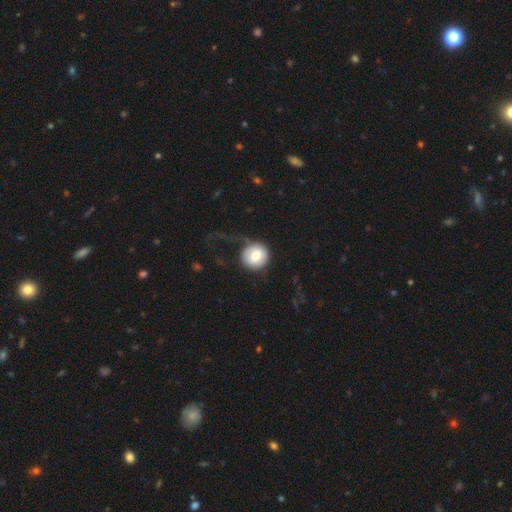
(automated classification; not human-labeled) Smooth or featured?
  - smooth: 71% *
  - featured or disk: 22%
  - star or artifact: 7%
How rounded?
  - round: 92% *
  - in between: 7%
  - cigar-shaped: 1%
Merging?
  - none: 52% *
  - major disturbance: 29%
  - minor disturbance: 17%
  - merger: 2%